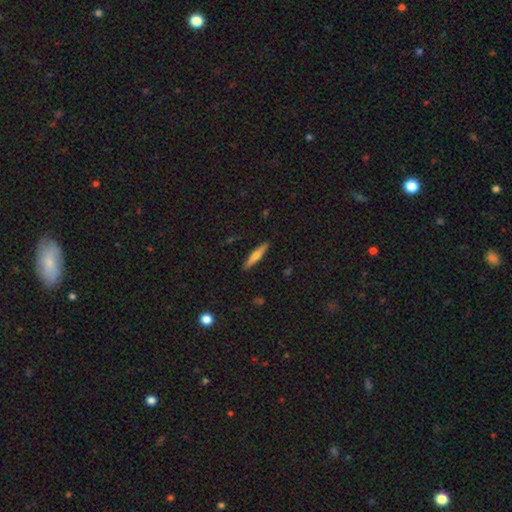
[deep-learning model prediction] smooth 58%, featured or disk 35%, star or artifact 6%. Down the decision tree: how rounded — cigar-shaped (87%); merging — none (90%).